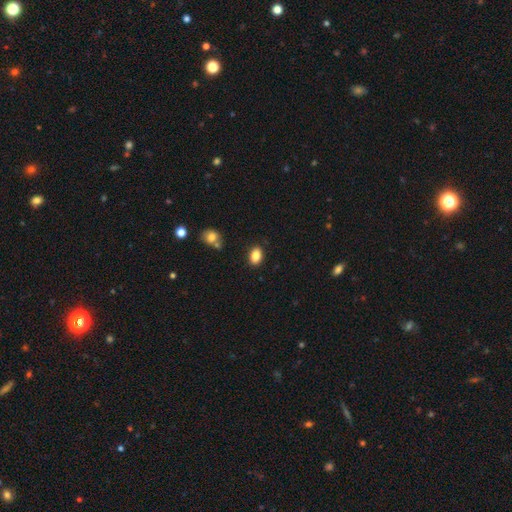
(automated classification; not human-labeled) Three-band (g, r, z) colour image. It shows a smooth galaxy with no disk features (87%) that is in between round and cigar-shaped (84%). Merging: none (86%).